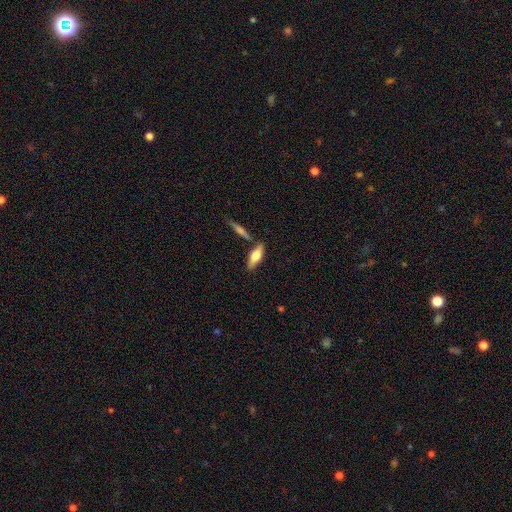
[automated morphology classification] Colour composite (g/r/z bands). It shows a smooth galaxy with no disk features (61%) that is in between round and cigar-shaped (57%). Merging: none (74%).